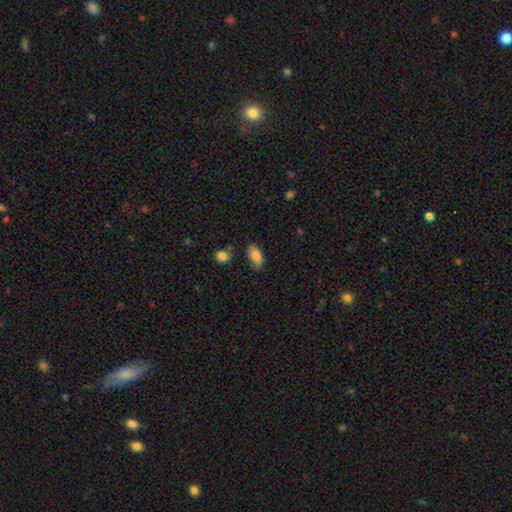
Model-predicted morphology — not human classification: Q: Smooth or featured?
A: smooth (83%); runner-up: featured or disk (9%)
Q: How rounded?
A: in between (91%); runner-up: cigar-shaped (5%)
Q: Merging?
A: none (75%); runner-up: minor disturbance (18%)